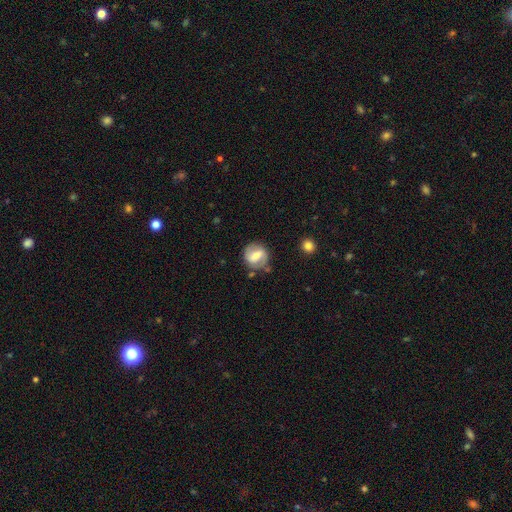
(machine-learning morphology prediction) Smooth or featured? Predicted: featured or disk (p=0.57). Edge-on disk? Predicted: no (p=0.96). Bar? Predicted: weak (p=0.42, tied with strong). Spiral arms? Predicted: yes (p=0.79). Bulge size? Predicted: moderate (p=0.53). Merging? Predicted: none (p=0.74).